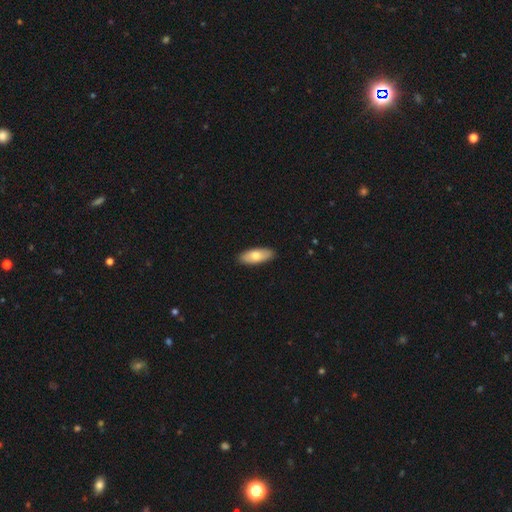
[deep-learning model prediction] Q: Smooth or featured?
A: smooth (71%); runner-up: featured or disk (23%)
Q: How rounded?
A: in between (80%); runner-up: cigar-shaped (18%)
Q: Merging?
A: none (90%); runner-up: minor disturbance (8%)